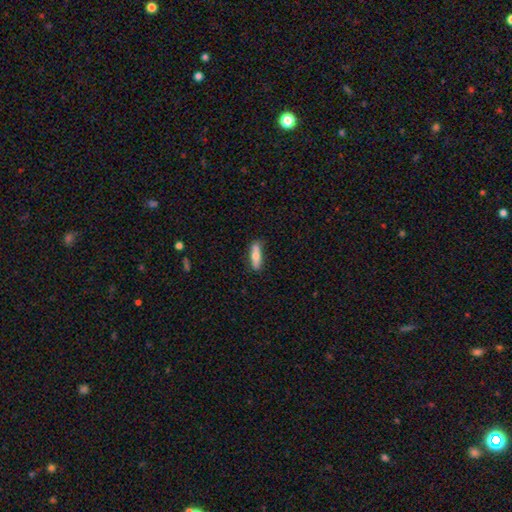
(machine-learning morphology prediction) Q: Smooth or featured?
A: smooth (67%); runner-up: featured or disk (27%)
Q: How rounded?
A: cigar-shaped (59%); runner-up: in between (38%)
Q: Merging?
A: none (77%); runner-up: minor disturbance (16%)